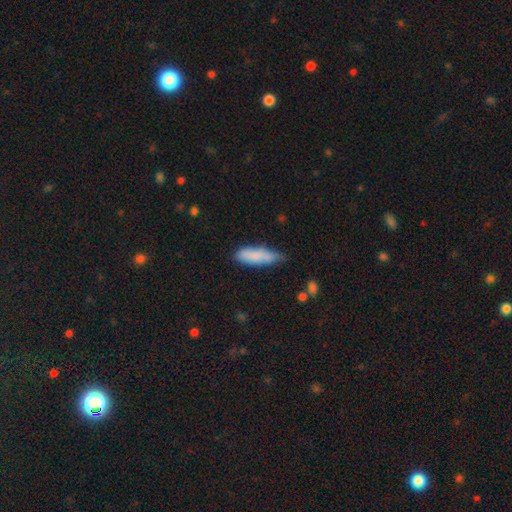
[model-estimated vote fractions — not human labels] Q: Smooth or featured?
A: smooth (82%); runner-up: featured or disk (11%)
Q: How rounded?
A: cigar-shaped (52%); runner-up: in between (47%)
Q: Merging?
A: none (52%); runner-up: minor disturbance (37%)